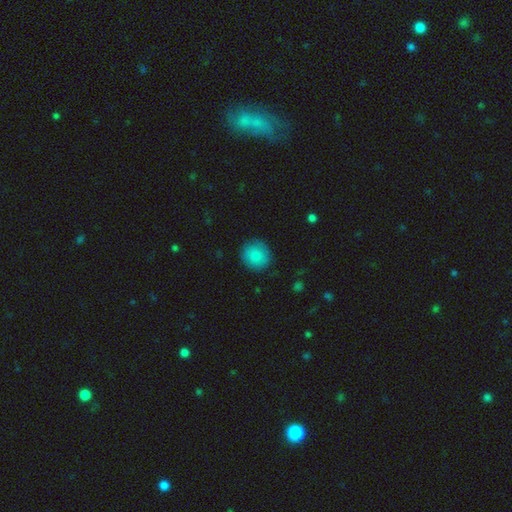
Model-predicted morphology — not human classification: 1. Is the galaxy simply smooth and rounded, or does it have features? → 84% smooth, 8% featured or disk, 7% star or artifact.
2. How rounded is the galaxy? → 89% round, 10% in between, 1% cigar-shaped.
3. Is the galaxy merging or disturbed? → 86% none, 10% minor disturbance, 3% major disturbance, 1% merger.